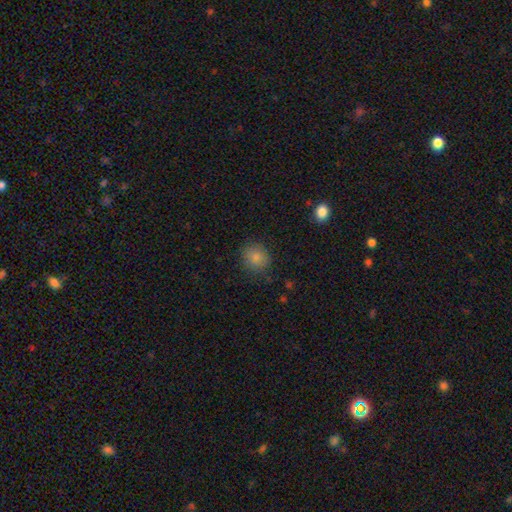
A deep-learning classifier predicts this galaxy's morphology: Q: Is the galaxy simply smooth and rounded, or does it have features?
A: smooth — 78%.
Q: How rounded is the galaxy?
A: round — 84%.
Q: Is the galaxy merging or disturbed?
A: none — 87%.